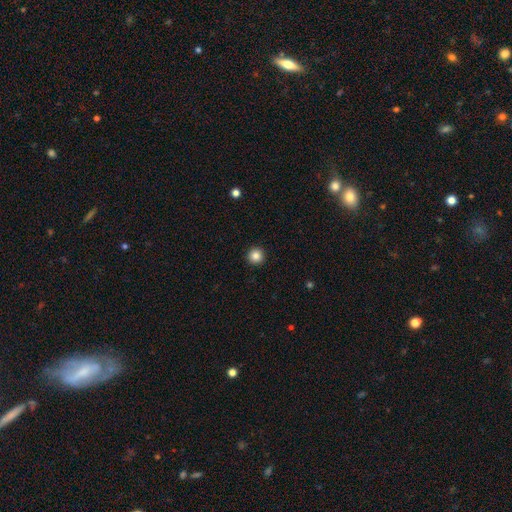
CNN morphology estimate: Smooth or featured?
  - smooth: 85% *
  - star or artifact: 10%
  - featured or disk: 5%
How rounded?
  - round: 96% *
  - in between: 3%
  - cigar-shaped: 1%
Merging?
  - none: 94% *
  - minor disturbance: 4%
  - major disturbance: 1%
  - merger: 1%